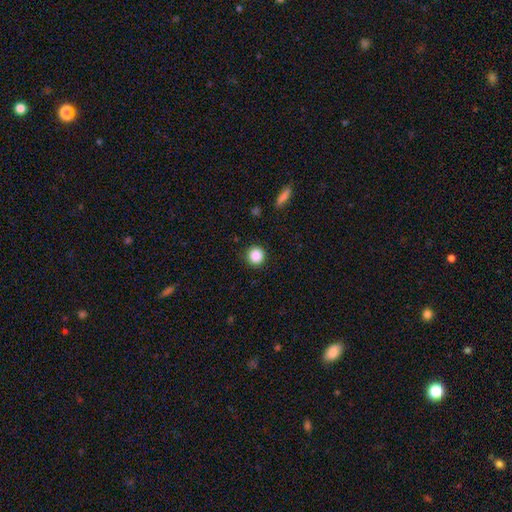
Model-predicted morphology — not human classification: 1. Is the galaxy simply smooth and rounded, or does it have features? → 87% smooth, 10% star or artifact, 3% featured or disk.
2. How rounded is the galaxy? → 94% round, 5% in between, 1% cigar-shaped.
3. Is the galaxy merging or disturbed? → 90% none, 6% minor disturbance, 2% major disturbance, 1% merger.